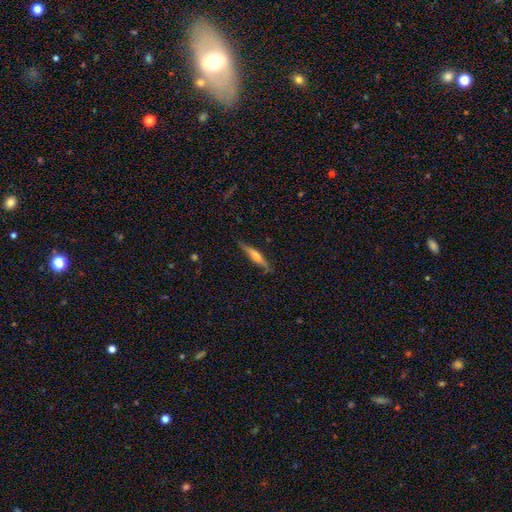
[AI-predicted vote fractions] smooth_or_featured: featured or disk (p=0.53) [alt: smooth p=0.41]
disk_edge_on: yes (p=0.95) [alt: no p=0.05]
merging: none (p=0.83) [alt: minor disturbance p=0.13]